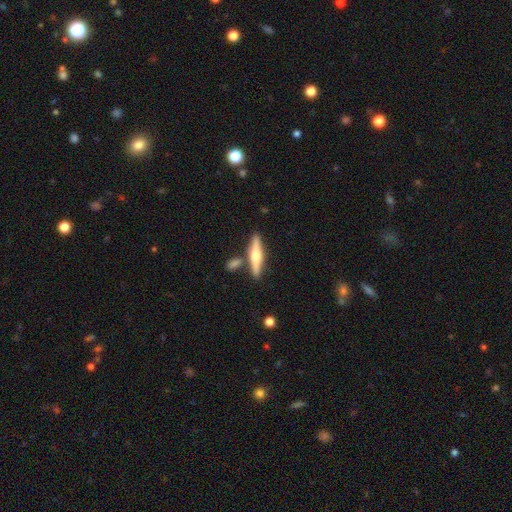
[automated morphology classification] type=featured or disk (53%); edge-on=yes (95%); edge-on bulge=rounded (84%); merging=none (77%).